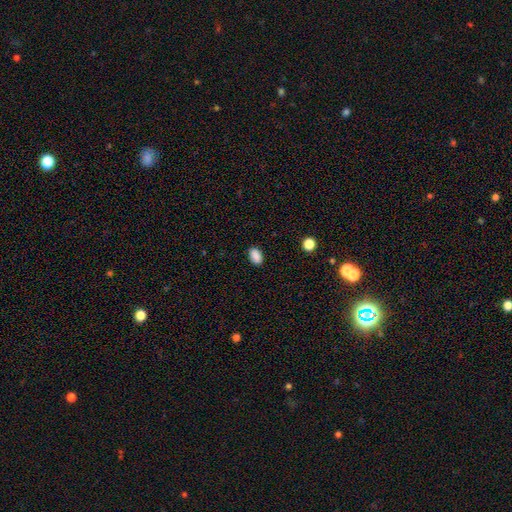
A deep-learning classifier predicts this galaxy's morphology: A smooth galaxy with no disk features (88%) that is in between round and cigar-shaped (89%).

Vote fractions:
- Smooth or featured? smooth: 88% / star or artifact: 9% / featured or disk: 3%
- How rounded? in between: 89% / round: 9% / cigar-shaped: 2%
- Merging? none: 88% / minor disturbance: 9% / major disturbance: 2% / merger: 1%